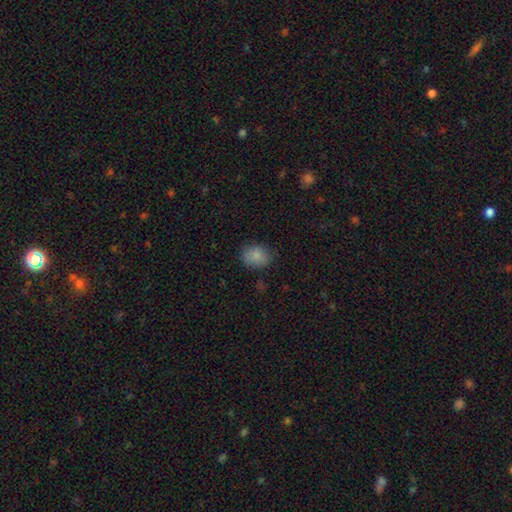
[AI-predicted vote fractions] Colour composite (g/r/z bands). It shows a smooth galaxy with no disk features (86%) that is round (54%). Merging: none (79%).